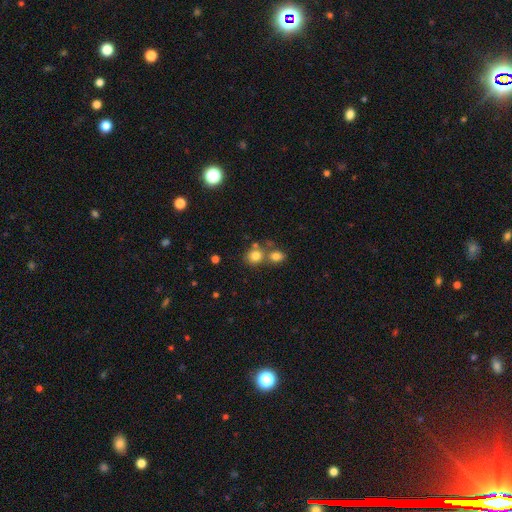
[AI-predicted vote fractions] smooth_or_featured: smooth (p=0.79) [alt: star or artifact p=0.13]
how_rounded: round (p=0.77) [alt: in between p=0.22]
merging: none (p=0.53) [alt: merger p=0.34]